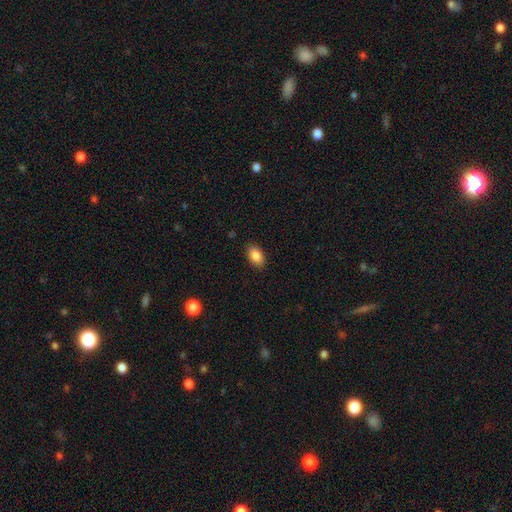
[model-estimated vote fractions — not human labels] smooth 87%, star or artifact 8%, featured or disk 5%. Down the decision tree: how rounded — in between (90%); merging — none (88%).